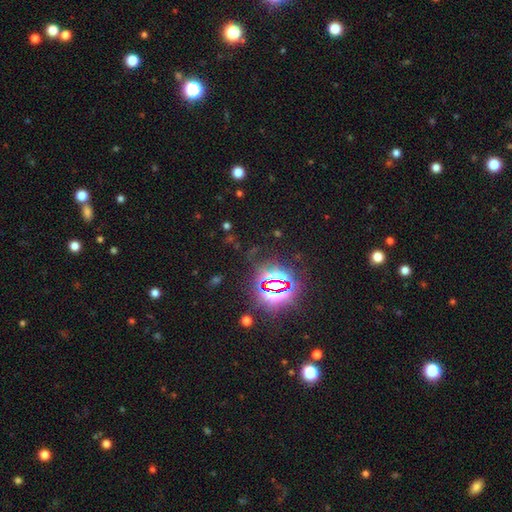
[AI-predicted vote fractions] star or artifact 83%, smooth 10%, featured or disk 7%.